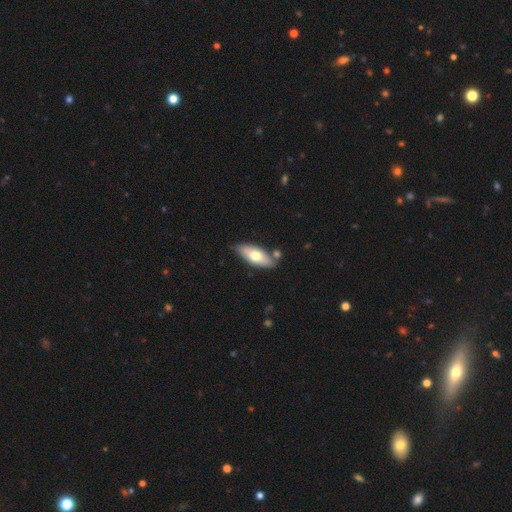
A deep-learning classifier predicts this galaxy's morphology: A smooth galaxy with no disk features (63%) that is in between round and cigar-shaped (77%). Merging: none (75%).